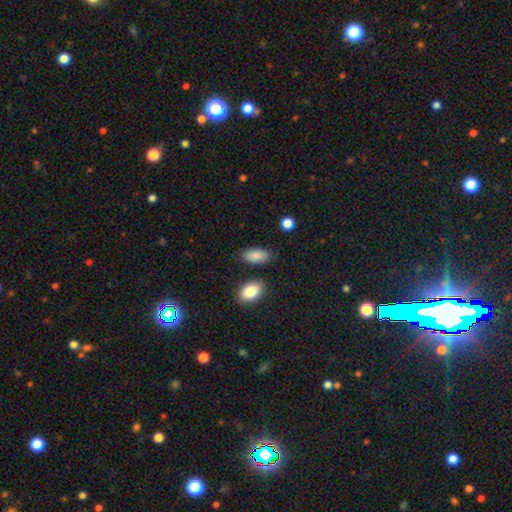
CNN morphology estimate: Smooth or featured: smooth — 88% (star or artifact — 7%)
How rounded: in between — 92% (cigar-shaped — 4%)
Merging: none — 78% (minor disturbance — 15%)